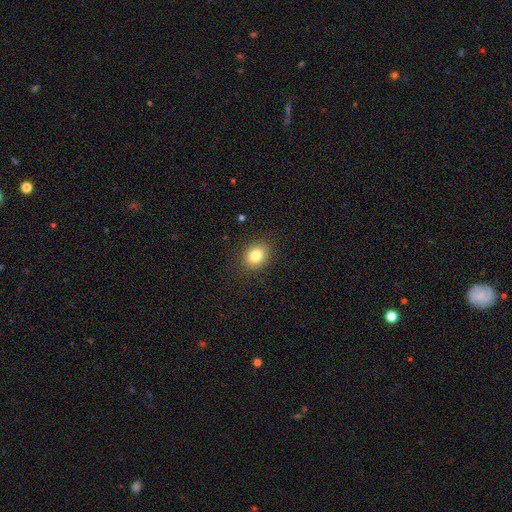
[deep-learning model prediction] Smooth or featured?
  - smooth: 81% *
  - star or artifact: 10%
  - featured or disk: 8%
How rounded?
  - in between: 50% *
  - round: 49%
  - cigar-shaped: 1%
Merging?
  - none: 88% *
  - minor disturbance: 8%
  - major disturbance: 3%
  - merger: 1%